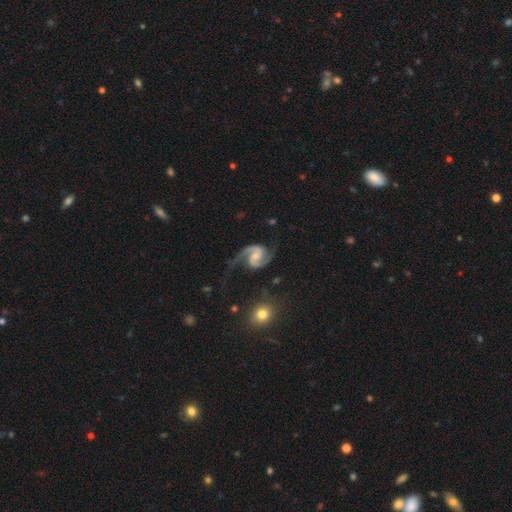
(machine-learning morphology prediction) Q: Smooth or featured?
A: featured or disk (92%); runner-up: star or artifact (4%)
Q: Edge-on disk?
A: no (98%); runner-up: yes (2%)
Q: Bar?
A: weak (45%); runner-up: no (38%)
Q: Spiral arms?
A: yes (98%); runner-up: no (2%)
Q: Spiral winding?
A: medium (56%); runner-up: loose (28%)
Q: Spiral arm count?
A: 2 (93%); runner-up: 1 (2%)
Q: Bulge size?
A: small (47%); runner-up: moderate (35%)
Q: Merging?
A: none (66%); runner-up: minor disturbance (18%)